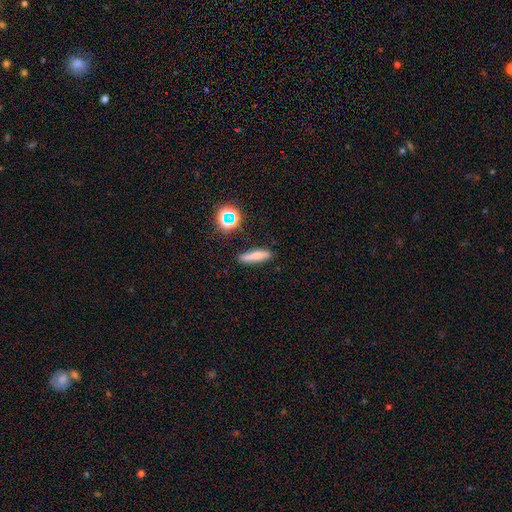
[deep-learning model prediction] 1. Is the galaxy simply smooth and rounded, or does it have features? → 72% smooth, 16% featured or disk, 12% star or artifact.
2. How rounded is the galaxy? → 76% cigar-shaped, 20% in between, 4% round.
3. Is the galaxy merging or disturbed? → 85% none, 10% minor disturbance, 3% merger, 2% major disturbance.